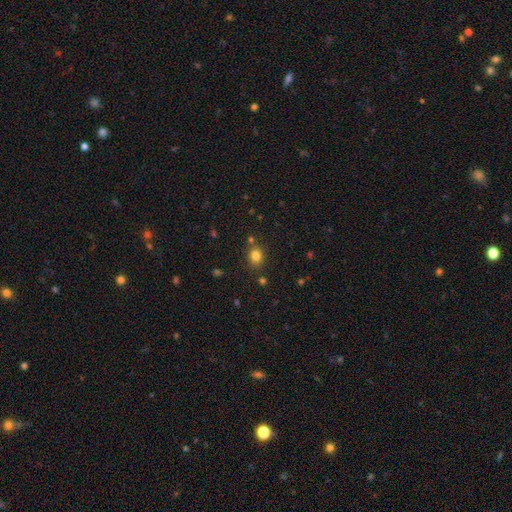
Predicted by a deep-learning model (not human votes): This is clearly a smooth galaxy (80%). How rounded: possibly round (60%). Merging: likely none (79%).